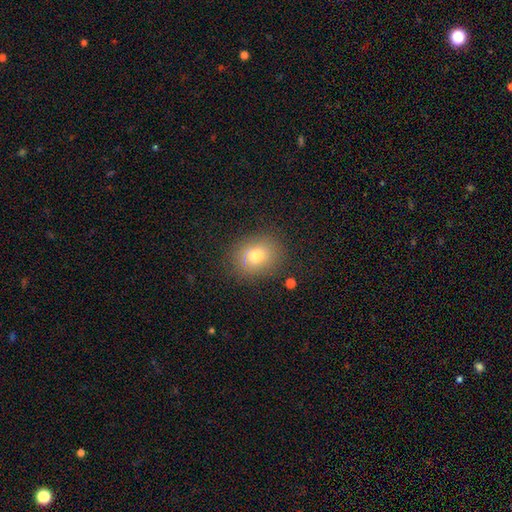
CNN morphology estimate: Smooth or featured? Predicted: smooth (p=0.74). How rounded? Predicted: round (p=0.60). Merging? Predicted: none (p=0.83).